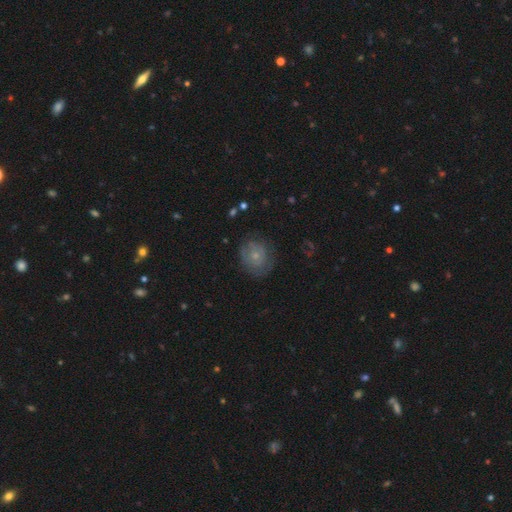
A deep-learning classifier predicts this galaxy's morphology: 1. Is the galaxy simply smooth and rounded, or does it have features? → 54% smooth, 36% featured or disk, 10% star or artifact.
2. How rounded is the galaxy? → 78% round, 21% in between, 1% cigar-shaped.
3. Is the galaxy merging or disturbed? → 68% none, 21% minor disturbance, 10% major disturbance, 1% merger.